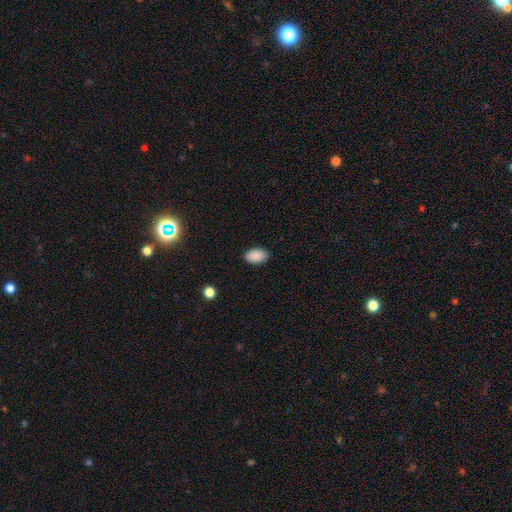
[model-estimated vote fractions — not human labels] Smooth or featured? Predicted: smooth (p=0.90). How rounded? Predicted: in between (p=0.90). Merging? Predicted: none (p=0.88).